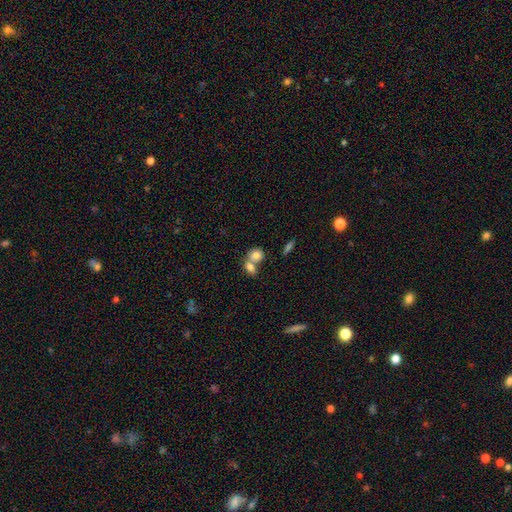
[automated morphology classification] Overall: smooth (79%). How rounded: round (57%; in between 41%). Merging: merger (61%; none 29%).